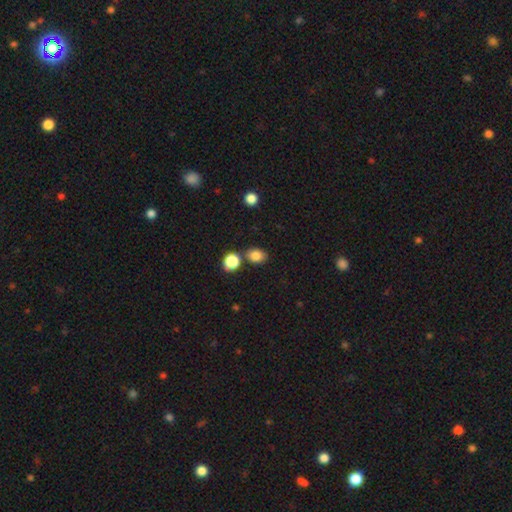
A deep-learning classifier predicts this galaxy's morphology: Smooth or featured?
  - smooth: 82% *
  - star or artifact: 12%
  - featured or disk: 6%
How rounded?
  - in between: 59% *
  - round: 40%
  - cigar-shaped: 1%
Merging?
  - none: 73% *
  - merger: 13%
  - minor disturbance: 11%
  - major disturbance: 3%